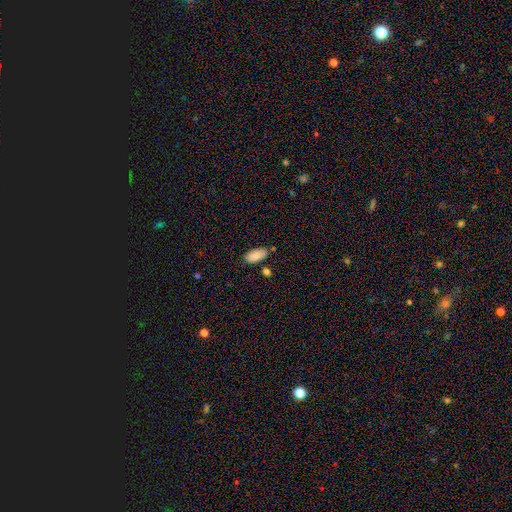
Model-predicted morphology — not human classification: Overall: smooth (88%). How rounded: in between (93%). Merging: none (77%).